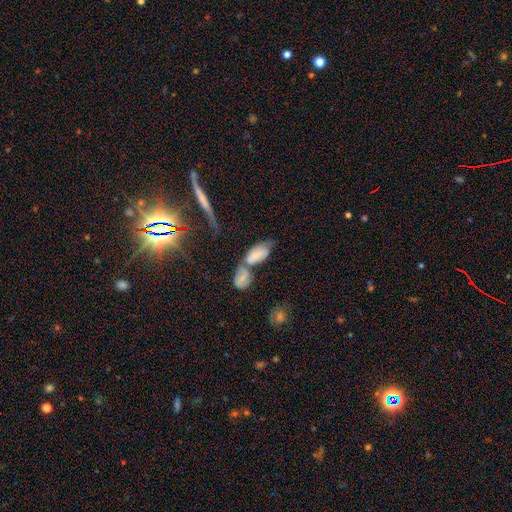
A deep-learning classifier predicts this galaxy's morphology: Smooth or featured: smooth — 66% (featured or disk — 25%)
How rounded: in between — 88% (cigar-shaped — 7%)
Merging: merger — 57% (none — 21%)